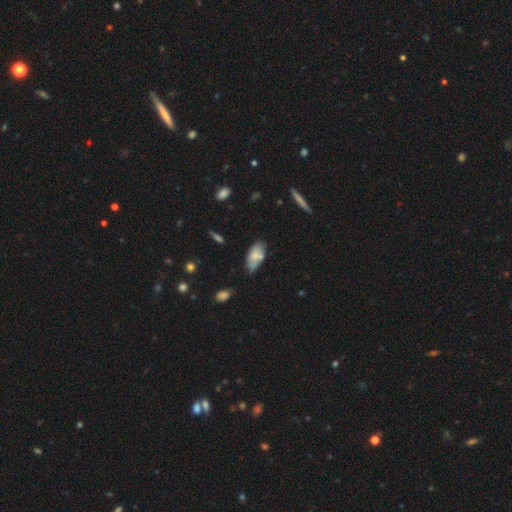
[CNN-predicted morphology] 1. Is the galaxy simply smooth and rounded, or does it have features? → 70% smooth, 23% featured or disk, 7% star or artifact.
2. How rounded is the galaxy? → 90% in between, 7% cigar-shaped, 2% round.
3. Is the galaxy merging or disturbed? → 52% none, 31% minor disturbance, 11% merger, 7% major disturbance.